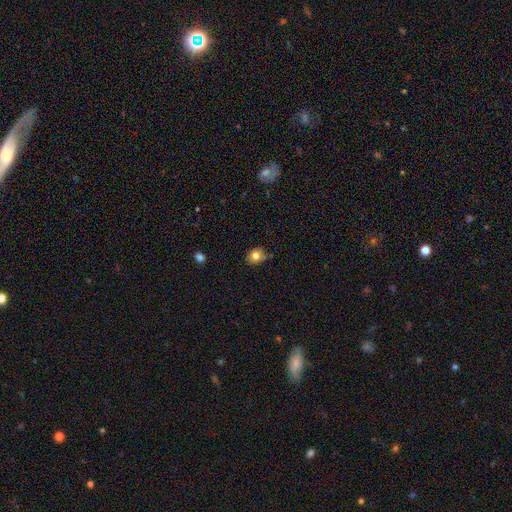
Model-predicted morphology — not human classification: smooth-or-featured: smooth: 80% | star or artifact: 11% | featured or disk: 10%
  how-rounded: round: 62% | in between: 37% | cigar-shaped: 1%
  merging: none: 75% | minor disturbance: 17% | merger: 5% | major disturbance: 3%